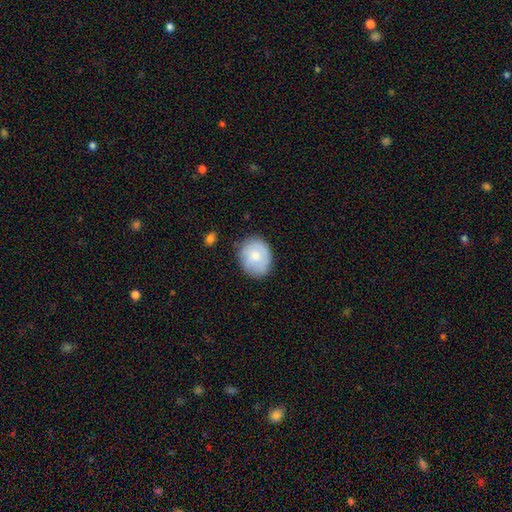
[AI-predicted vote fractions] A smooth galaxy with no disk features (72%) that is round (59%).

Vote fractions:
- Smooth or featured? smooth: 72% / featured or disk: 22% / star or artifact: 7%
- How rounded? round: 59% / in between: 40% / cigar-shaped: 1%
- Merging? none: 74% / minor disturbance: 20% / major disturbance: 4% / merger: 2%